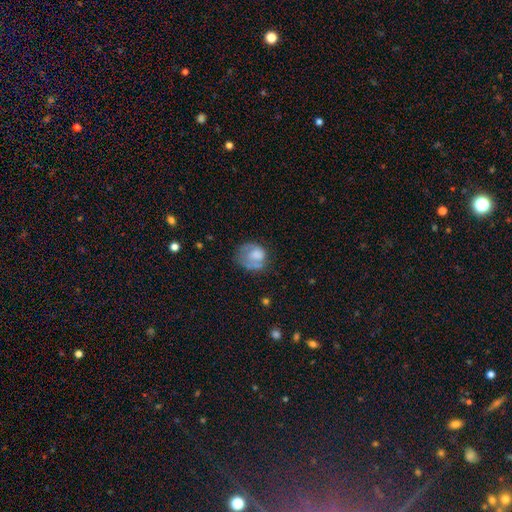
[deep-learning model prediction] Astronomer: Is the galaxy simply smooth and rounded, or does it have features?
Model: smooth — 58% (runner-up: featured or disk, 33%).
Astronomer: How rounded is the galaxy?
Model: round — 63%.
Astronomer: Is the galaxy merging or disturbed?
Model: none — 43% (runner-up: minor disturbance, 27%).